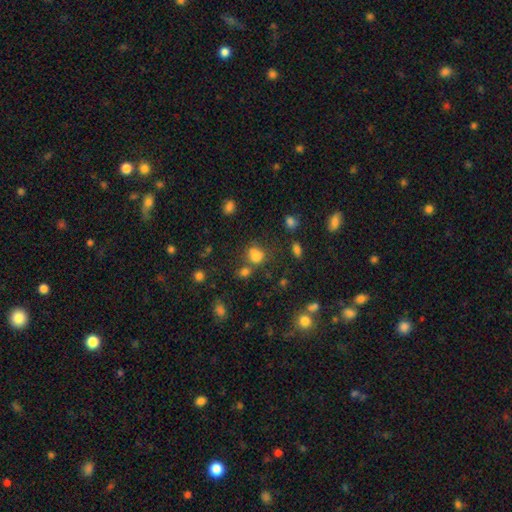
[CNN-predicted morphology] A smooth galaxy with no disk features (74%) that is round (66%).

Vote fractions:
- Smooth or featured? smooth: 74% / star or artifact: 18% / featured or disk: 8%
- How rounded? round: 66% / in between: 33% / cigar-shaped: 1%
- Merging? none: 50% / merger: 26% / minor disturbance: 16% / major disturbance: 8%